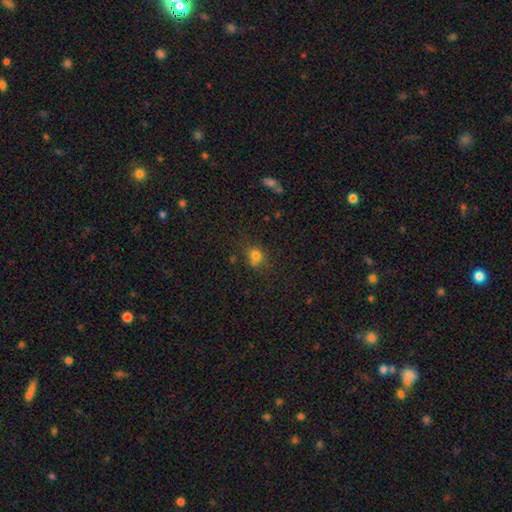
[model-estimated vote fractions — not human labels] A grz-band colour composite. It shows a smooth galaxy with no disk features (74%) that is round (71%). Merging: none (60%).